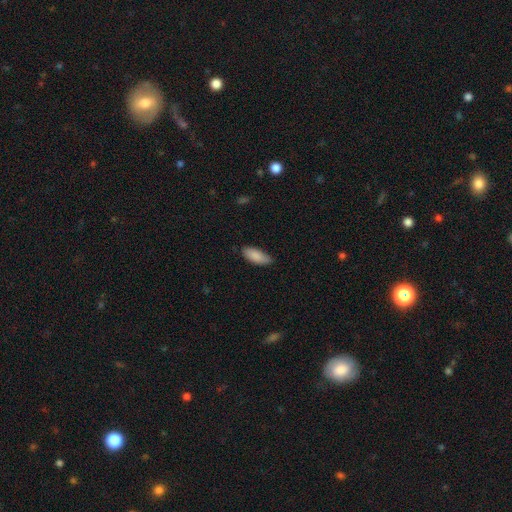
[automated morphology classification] smooth 88%, star or artifact 6%, featured or disk 6%. Down the decision tree: how rounded — in between (82%); merging — none (81%).